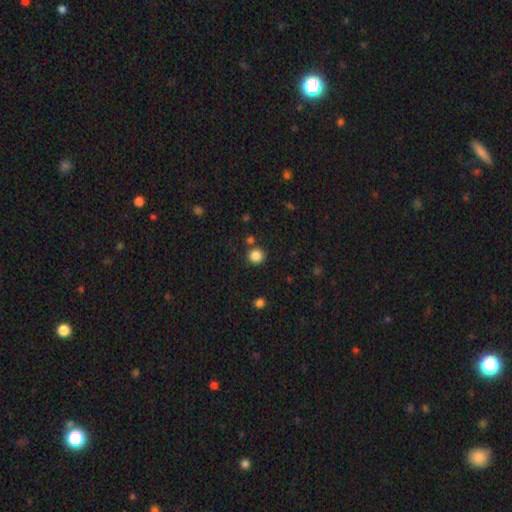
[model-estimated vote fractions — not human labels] Smooth or featured?
  - smooth: 85% *
  - star or artifact: 11%
  - featured or disk: 4%
How rounded?
  - round: 87% *
  - in between: 12%
  - cigar-shaped: 1%
Merging?
  - none: 83% *
  - minor disturbance: 8%
  - merger: 7%
  - major disturbance: 3%